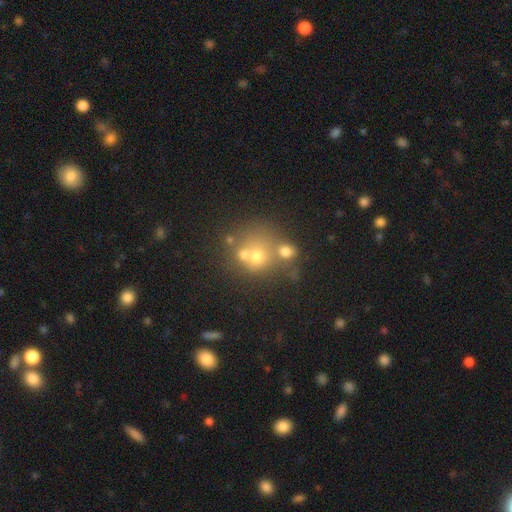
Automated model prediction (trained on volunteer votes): Q: Smooth or featured?
A: smooth (56%); runner-up: featured or disk (23%)
Q: How rounded?
A: round (79%); runner-up: in between (20%)
Q: Merging?
A: merger (44%); runner-up: none (41%)